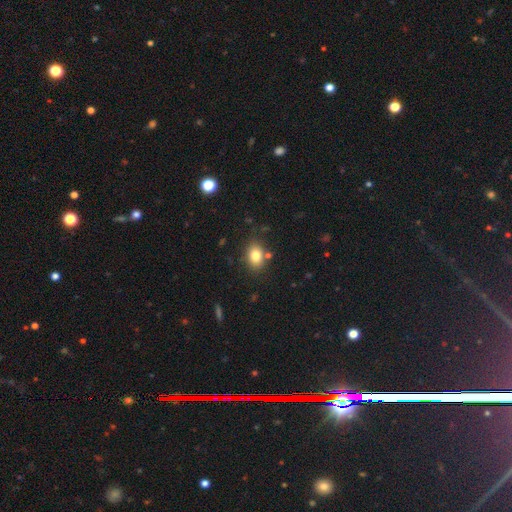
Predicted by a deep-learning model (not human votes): Smooth or featured: smooth — 80% (star or artifact — 10%)
How rounded: in between — 69% (round — 30%)
Merging: none — 79% (minor disturbance — 12%)